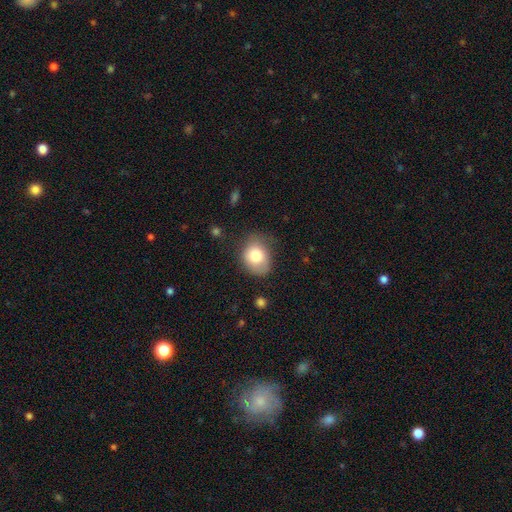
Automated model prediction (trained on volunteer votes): Smooth or featured: smooth — 77% (featured or disk — 14%)
How rounded: round — 50% (in between — 49%)
Merging: none — 56% (minor disturbance — 31%)